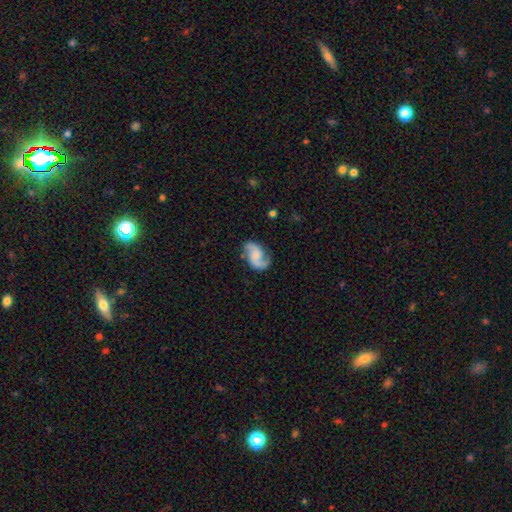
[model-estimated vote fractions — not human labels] featured or disk 82%, smooth 12%, star or artifact 6%. Down the decision tree: edge-on disk — no (98%); bar — no (54%); spiral arms — yes (96%); spiral arm count — 2 (91%); spiral winding — loose (50%); bulge size — none (50%); merging — none (72%).